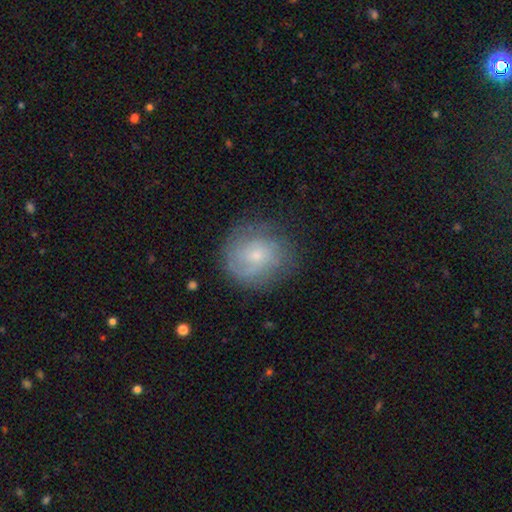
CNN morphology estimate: This appears to be a featured or disk galaxy (60%) with no bar (73%), tight (55%) spiral arms (86%) and a small central bulge (68%). Merging: none (75%).